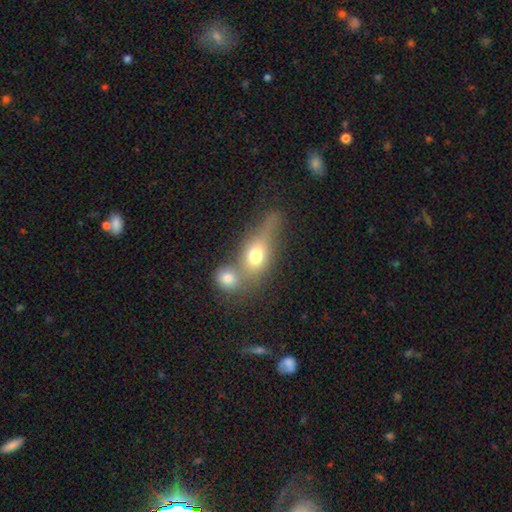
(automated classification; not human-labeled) Smooth or featured?
  - smooth: 63% *
  - featured or disk: 26%
  - star or artifact: 12%
How rounded?
  - in between: 54% *
  - round: 29%
  - cigar-shaped: 17%
Merging?
  - merger: 51% *
  - none: 29%
  - minor disturbance: 11%
  - major disturbance: 9%